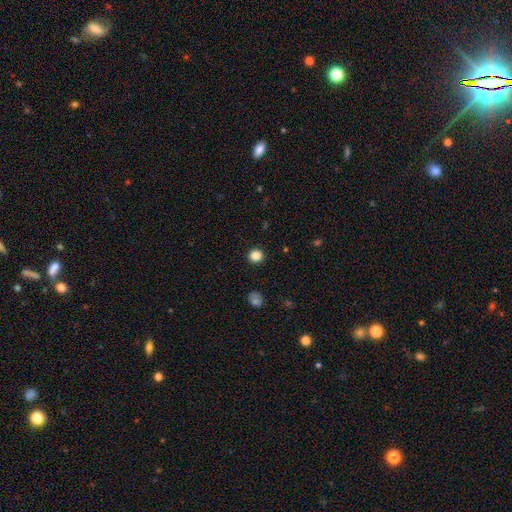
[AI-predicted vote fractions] Smooth or featured?
  - smooth: 84% *
  - star or artifact: 11%
  - featured or disk: 5%
How rounded?
  - round: 89% *
  - in between: 10%
  - cigar-shaped: 1%
Merging?
  - none: 92% *
  - minor disturbance: 5%
  - major disturbance: 2%
  - merger: 1%